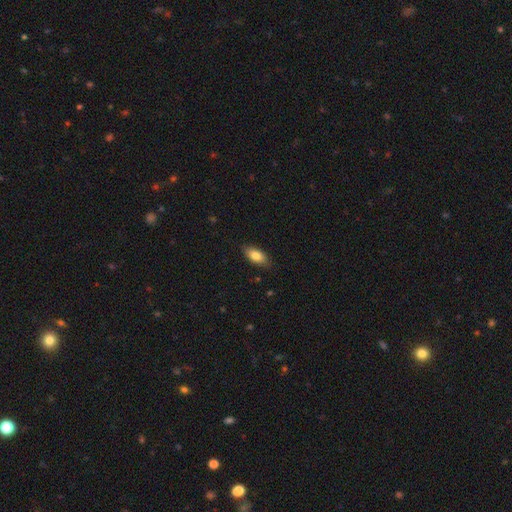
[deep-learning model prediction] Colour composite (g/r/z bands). It shows a smooth galaxy with no disk features (81%) that is in between round and cigar-shaped (87%). Merging: none (84%).